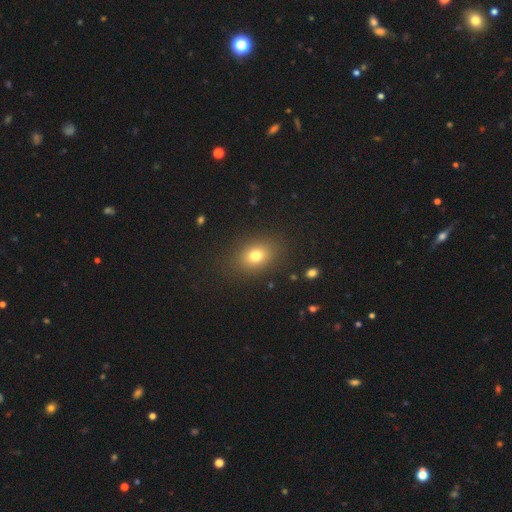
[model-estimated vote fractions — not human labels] smooth_or_featured: smooth (p=0.77) [alt: star or artifact p=0.13]
how_rounded: in between (p=0.64) [alt: round p=0.35]
merging: none (p=0.86) [alt: minor disturbance p=0.09]